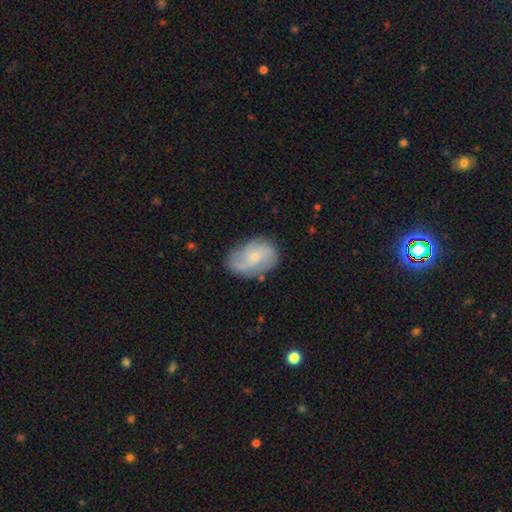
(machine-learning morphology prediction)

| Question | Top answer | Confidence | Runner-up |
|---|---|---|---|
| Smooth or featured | featured or disk | 67% | smooth (26%) |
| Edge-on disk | no | 97% | yes (3%) |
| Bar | no | 71% | weak (25%) |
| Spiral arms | yes | 90% | no (10%) |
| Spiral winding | medium | 42% | loose (32%) |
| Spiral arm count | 2 | 42% | can't tell (22%) |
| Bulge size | small | 74% | moderate (21%) |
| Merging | none | 68% | minor disturbance (22%) |